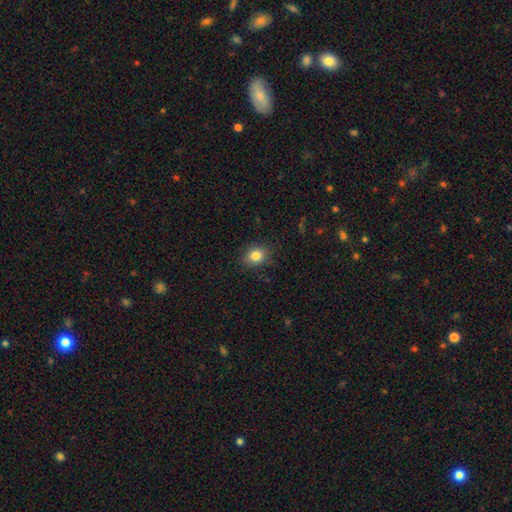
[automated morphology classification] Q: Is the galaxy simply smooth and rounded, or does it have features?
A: smooth — 83%.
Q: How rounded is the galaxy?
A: round — 58%.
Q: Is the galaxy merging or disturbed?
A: none — 85%.